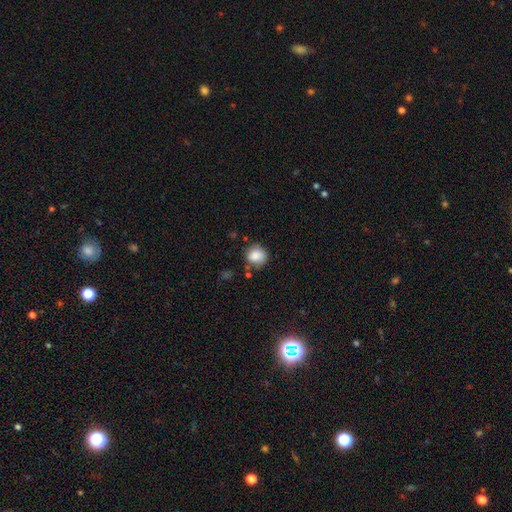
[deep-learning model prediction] A smooth galaxy with no disk features (85%) that is round (83%).

Vote fractions:
- Smooth or featured? smooth: 85% / star or artifact: 9% / featured or disk: 6%
- How rounded? round: 83% / in between: 16% / cigar-shaped: 1%
- Merging? none: 73% / minor disturbance: 17% / merger: 5% / major disturbance: 4%